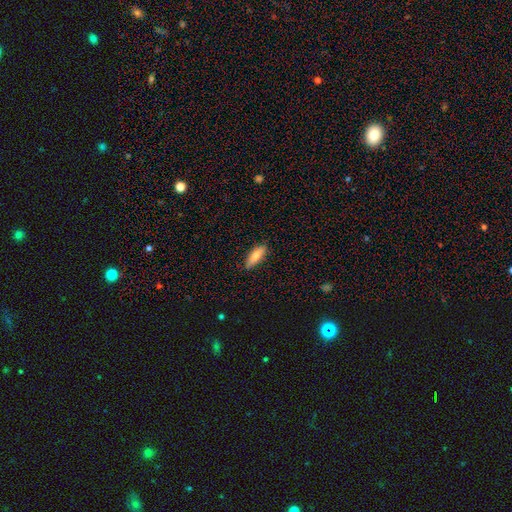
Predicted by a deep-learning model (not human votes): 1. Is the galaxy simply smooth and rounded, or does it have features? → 80% smooth, 14% featured or disk, 6% star or artifact.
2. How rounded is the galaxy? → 55% in between, 43% cigar-shaped, 2% round.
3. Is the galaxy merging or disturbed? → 86% none, 11% minor disturbance, 2% major disturbance, 1% merger.